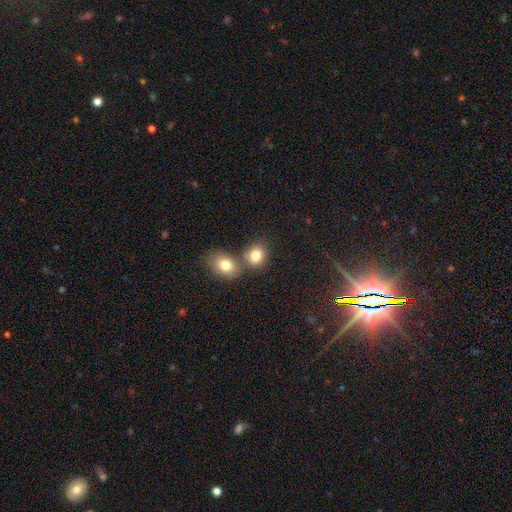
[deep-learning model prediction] smooth_or_featured: smooth (p=0.80) [alt: star or artifact p=0.11]
how_rounded: round (p=0.68) [alt: in between p=0.31]
merging: none (p=0.52) [alt: merger p=0.36]